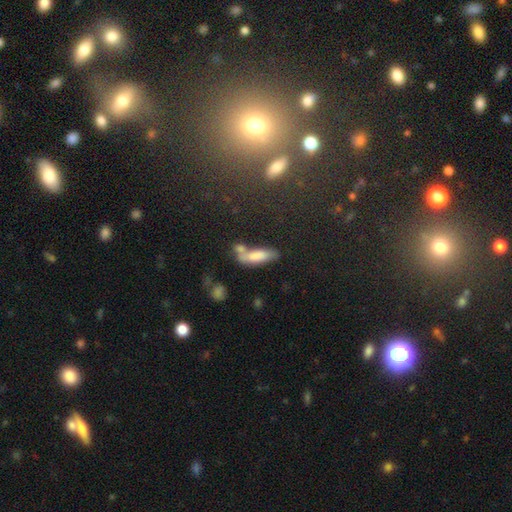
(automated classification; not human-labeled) This is likely a smooth galaxy (74%). How rounded: possibly in between (49%). Merging: marginally merger (37%).